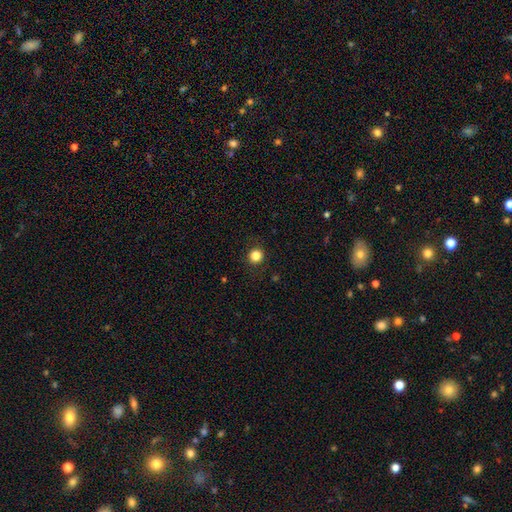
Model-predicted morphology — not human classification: A smooth galaxy with no disk features (84%) that is round (93%). Merging: none (91%).